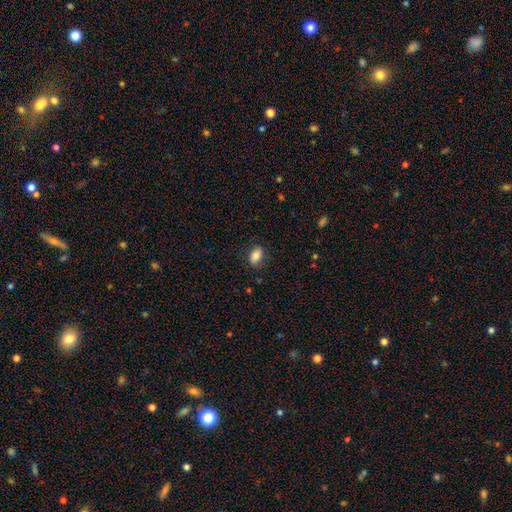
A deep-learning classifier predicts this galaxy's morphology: Smooth or featured? smooth (83%)
How rounded? in between (86%)
Merging? none (84%)